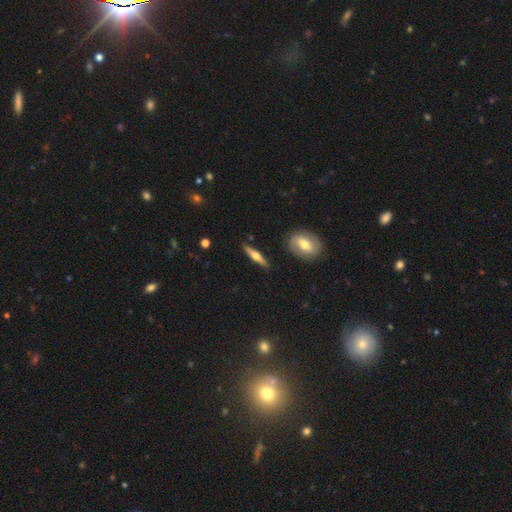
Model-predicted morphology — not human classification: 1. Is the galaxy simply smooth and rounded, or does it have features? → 60% featured or disk, 35% smooth, 5% star or artifact.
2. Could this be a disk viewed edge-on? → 94% yes, 6% no.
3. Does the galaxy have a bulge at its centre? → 93% rounded, 4% boxy, 3% none.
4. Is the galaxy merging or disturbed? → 87% none, 9% minor disturbance, 2% merger, 2% major disturbance.